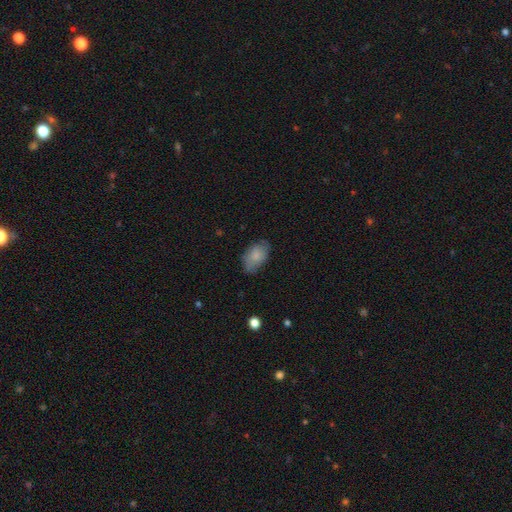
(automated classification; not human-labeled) Smooth or featured?
  - smooth: 80% *
  - featured or disk: 13%
  - star or artifact: 7%
How rounded?
  - in between: 92% *
  - round: 6%
  - cigar-shaped: 2%
Merging?
  - none: 72% *
  - minor disturbance: 21%
  - major disturbance: 5%
  - merger: 1%